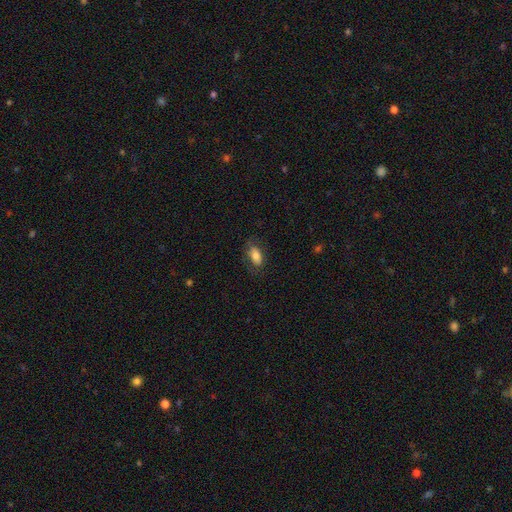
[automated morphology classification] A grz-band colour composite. It shows a smooth galaxy with no disk features (76%) that is in between round and cigar-shaped (89%). Merging: none (70%).